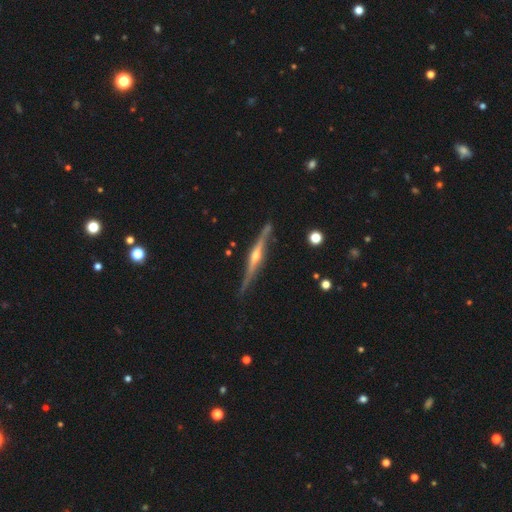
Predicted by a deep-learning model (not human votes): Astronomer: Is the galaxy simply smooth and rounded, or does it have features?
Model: featured or disk — 85%.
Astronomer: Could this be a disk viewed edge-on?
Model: yes — 97%.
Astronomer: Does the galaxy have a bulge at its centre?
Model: rounded — 86%.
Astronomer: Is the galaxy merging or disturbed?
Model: none — 83%.